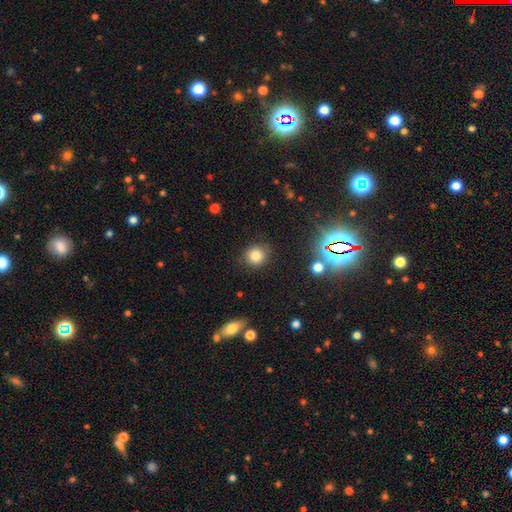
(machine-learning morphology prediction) Smooth or featured? Predicted: smooth (p=0.80). How rounded? Predicted: round (p=0.83). Merging? Predicted: none (p=0.85).